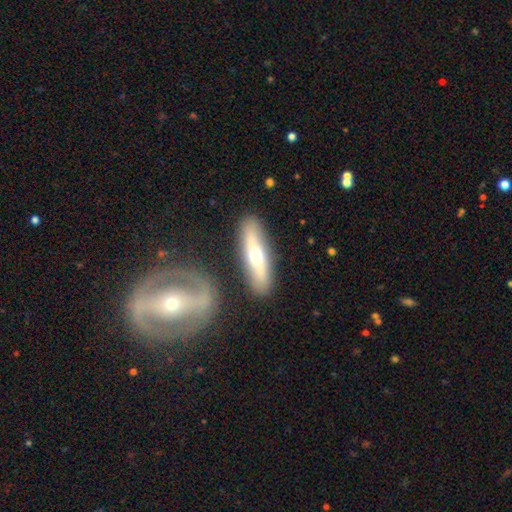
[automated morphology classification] Smooth or featured: featured or disk — 52% (smooth — 43%)
Edge-on disk: yes — 65% (no — 35%)
Merging: none — 81% (minor disturbance — 10%)